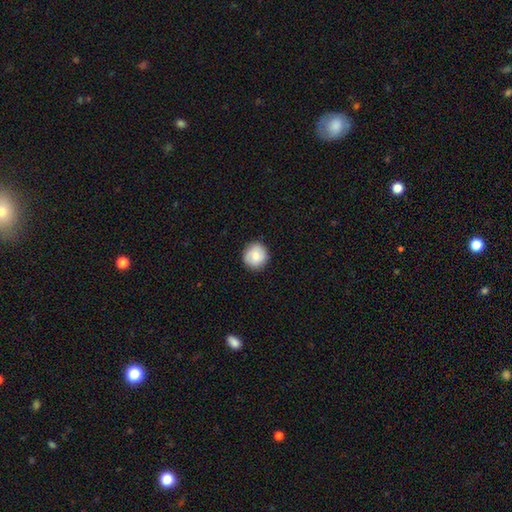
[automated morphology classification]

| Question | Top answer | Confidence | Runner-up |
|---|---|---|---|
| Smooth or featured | smooth | 80% | featured or disk (12%) |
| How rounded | round | 93% | in between (6%) |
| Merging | none | 88% | minor disturbance (9%) |